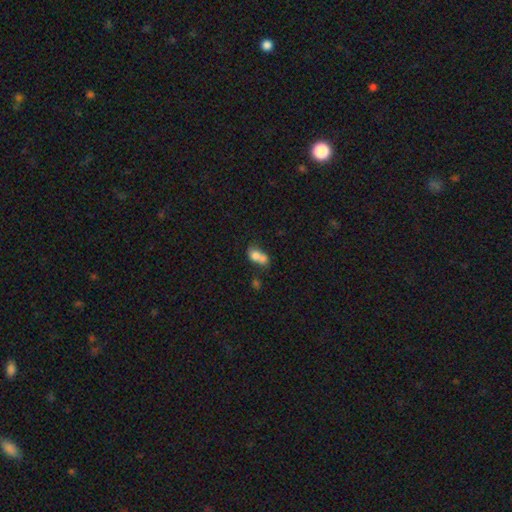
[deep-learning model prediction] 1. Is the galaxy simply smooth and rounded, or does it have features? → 71% smooth, 19% featured or disk, 10% star or artifact.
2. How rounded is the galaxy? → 59% in between, 38% round, 2% cigar-shaped.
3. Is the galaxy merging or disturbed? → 66% merger, 20% none, 9% minor disturbance, 6% major disturbance.